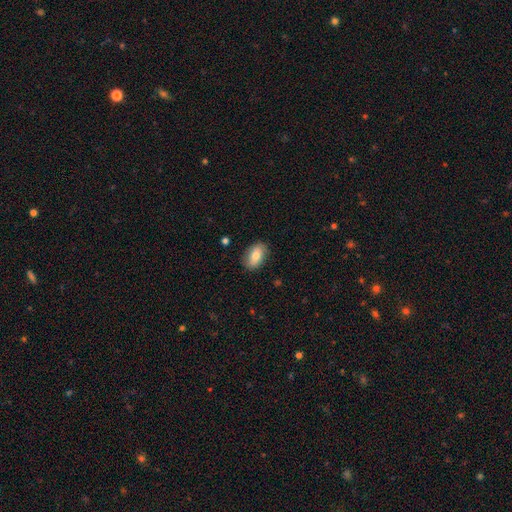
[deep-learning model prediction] The model was most divided on "smooth or featured": smooth: 76%, featured or disk: 17%, star or artifact: 7%. More confident: how rounded — in between (89%); merging — none (84%).